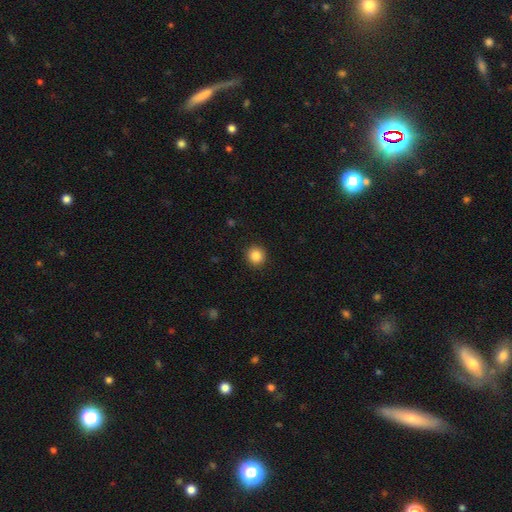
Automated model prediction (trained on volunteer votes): The model was most divided on "smooth or featured": smooth: 86%, star or artifact: 10%, featured or disk: 4%. More confident: how rounded — round (92%); merging — none (92%).